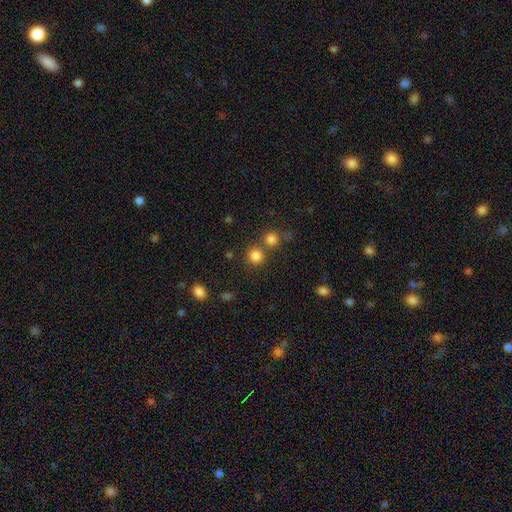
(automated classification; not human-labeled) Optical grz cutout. It shows a smooth galaxy with no disk features (80%) that is round (91%). Merging: none (71%).